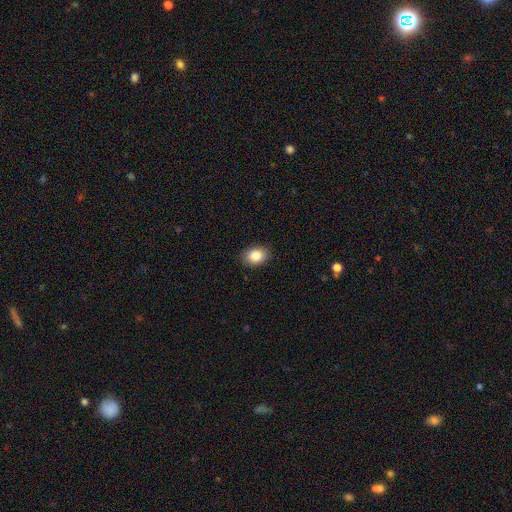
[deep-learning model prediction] Smooth or featured? smooth (87%)
How rounded? in between (71%)
Merging? none (88%)